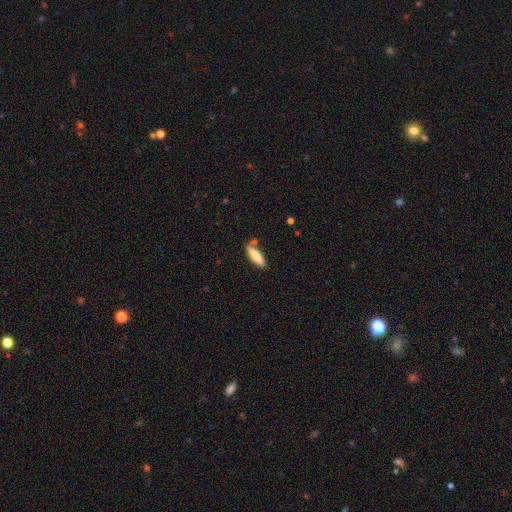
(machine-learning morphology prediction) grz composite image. It shows a smooth galaxy with no disk features (80%) that is cigar-shaped (57%). Merging: none (71%).